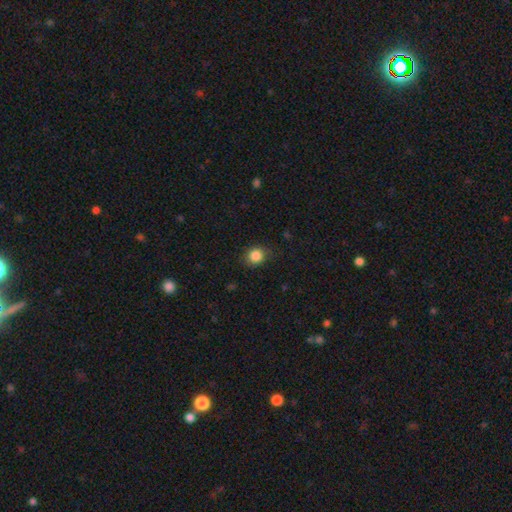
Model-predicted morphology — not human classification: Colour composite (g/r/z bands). It shows a smooth galaxy with no disk features (86%) that is round (78%). Merging: none (83%).